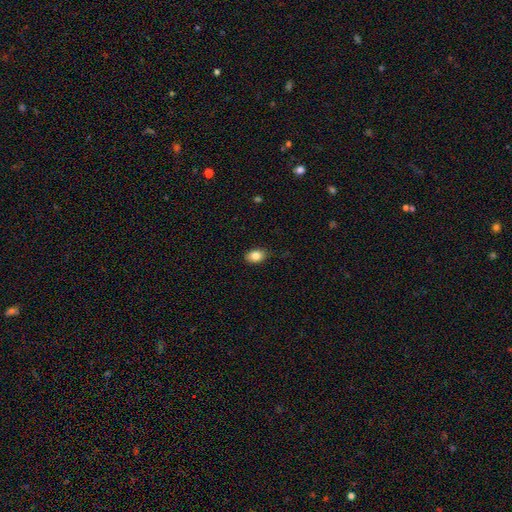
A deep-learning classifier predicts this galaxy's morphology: smooth 84%, star or artifact 8%, featured or disk 7%. Down the decision tree: how rounded — in between (82%); merging — none (85%).